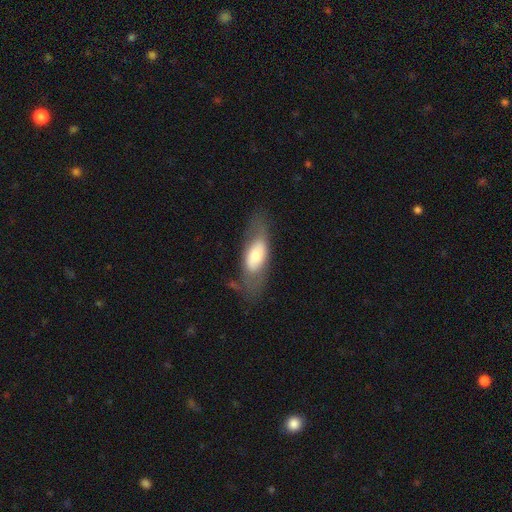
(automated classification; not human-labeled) smooth_or_featured: smooth (p=0.55) [alt: featured or disk p=0.39]
how_rounded: in between (p=0.77) [alt: cigar-shaped p=0.19]
merging: none (p=0.63) [alt: minor disturbance p=0.21]